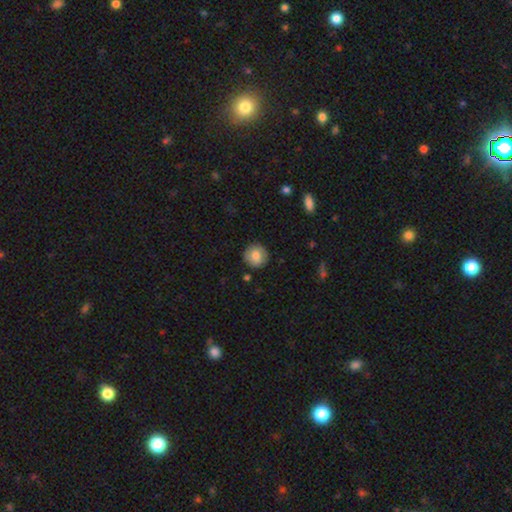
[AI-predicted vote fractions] This is likely a smooth galaxy (79%). How rounded: clearly round (94%). Merging: clearly none (89%).